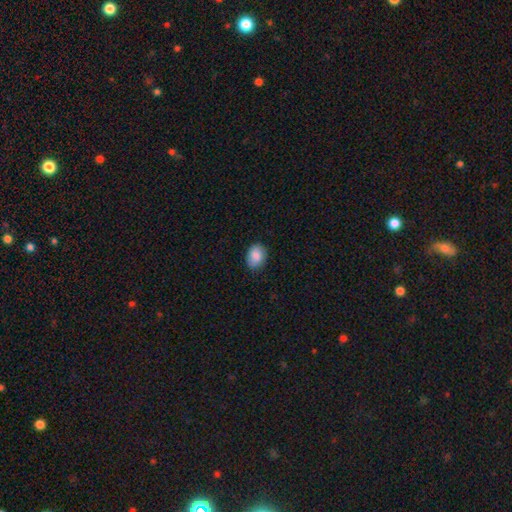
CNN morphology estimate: A smooth galaxy with no disk features (86%) that is in between round and cigar-shaped (67%).

Vote fractions:
- Smooth or featured? smooth: 86% / star or artifact: 7% / featured or disk: 7%
- How rounded? in between: 67% / round: 32% / cigar-shaped: 1%
- Merging? none: 84% / minor disturbance: 13% / major disturbance: 2% / merger: 1%